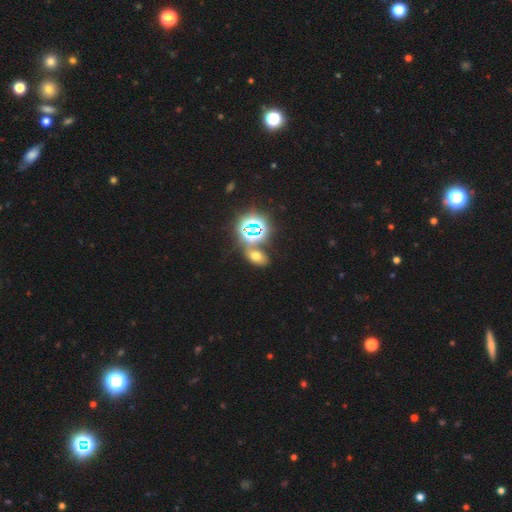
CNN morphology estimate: A smooth galaxy with no disk features (45%).

Vote fractions:
- Smooth or featured? smooth: 45% / star or artifact: 43% / featured or disk: 12%
- Merging? none: 61% / merger: 20% / minor disturbance: 12% / major disturbance: 6%